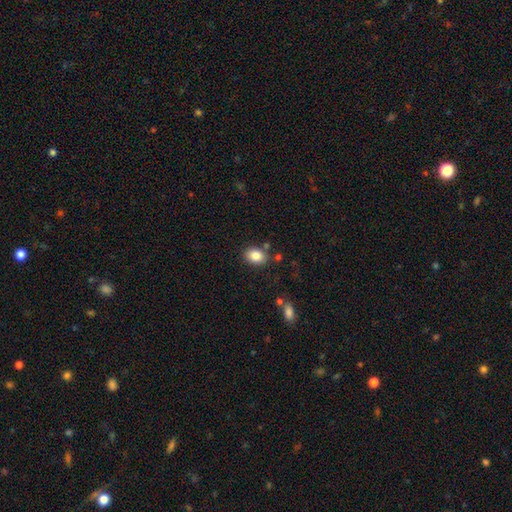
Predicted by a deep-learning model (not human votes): A smooth galaxy with no disk features (84%) that is in between round and cigar-shaped (68%). Merging: none (80%).